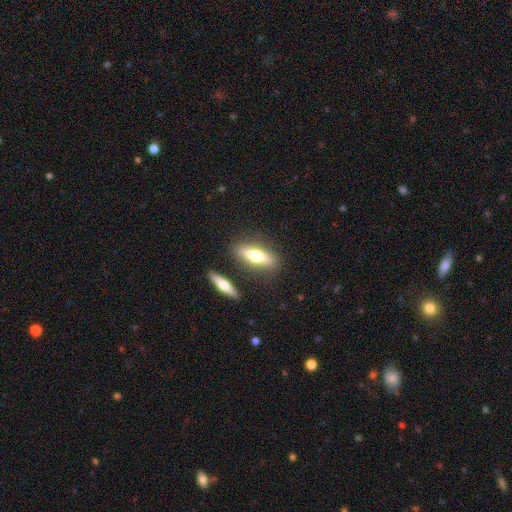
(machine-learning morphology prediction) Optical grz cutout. It shows a smooth galaxy with no disk features (56%) that is cigar-shaped (51%). Merging: none (80%).